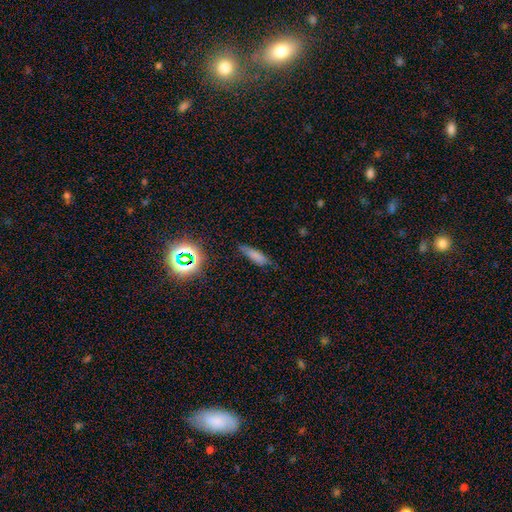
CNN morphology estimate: This appears to be a smooth galaxy with no disk features (73%) that is cigar-shaped (64%). Merging: none (74%).